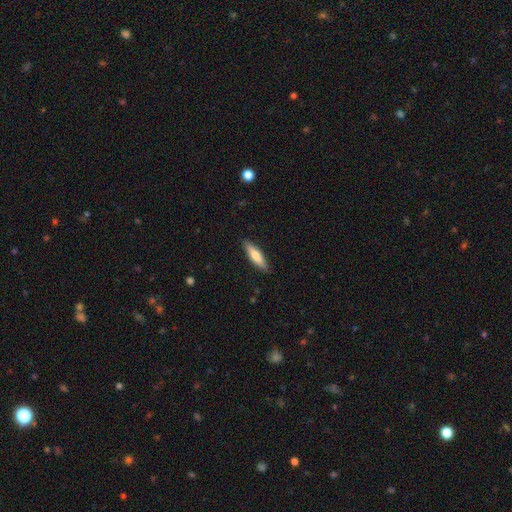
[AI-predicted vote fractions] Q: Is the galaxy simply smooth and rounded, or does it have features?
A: smooth — 73%.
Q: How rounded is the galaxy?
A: cigar-shaped — 67%.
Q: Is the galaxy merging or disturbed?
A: none — 88%.